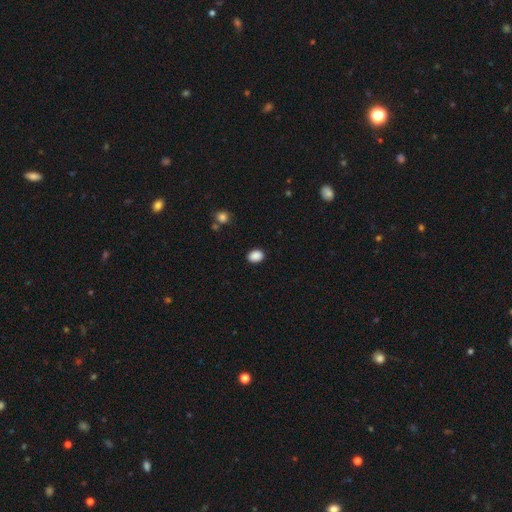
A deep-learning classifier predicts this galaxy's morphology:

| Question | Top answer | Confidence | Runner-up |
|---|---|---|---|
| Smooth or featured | smooth | 89% | star or artifact (8%) |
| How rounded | in between | 66% | round (33%) |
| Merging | none | 89% | minor disturbance (8%) |